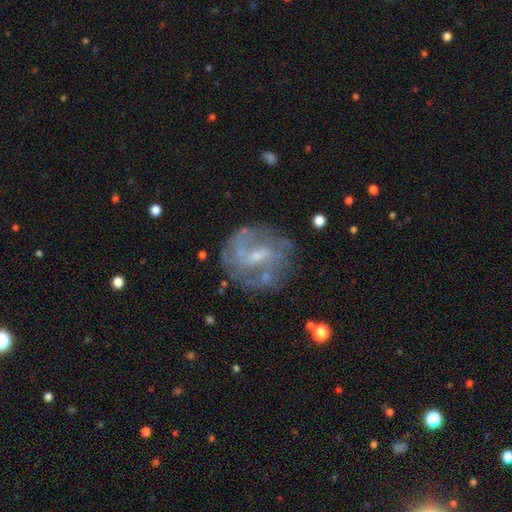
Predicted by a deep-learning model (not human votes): Smooth or featured?
  - featured or disk: 74% *
  - smooth: 17%
  - star or artifact: 9%
Edge-on disk?
  - no: 97% *
  - yes: 3%
Bar?
  - weak: 55% *
  - no: 25%
  - strong: 20%
Spiral arms?
  - yes: 76% *
  - no: 24%
Spiral winding?
  - medium: 41% *
  - tight: 35%
  - loose: 25%
Spiral arm count?
  - 2: 45% *
  - can't tell: 34%
  - 3: 9%
  - 1: 6%
  - 4: 3%
  - more than 4: 3%
Bulge size?
  - small: 56% *
  - moderate: 30%
  - none: 12%
  - large: 2%
  - dominant: 1%
Merging?
  - none: 67% *
  - minor disturbance: 18%
  - major disturbance: 11%
  - merger: 4%